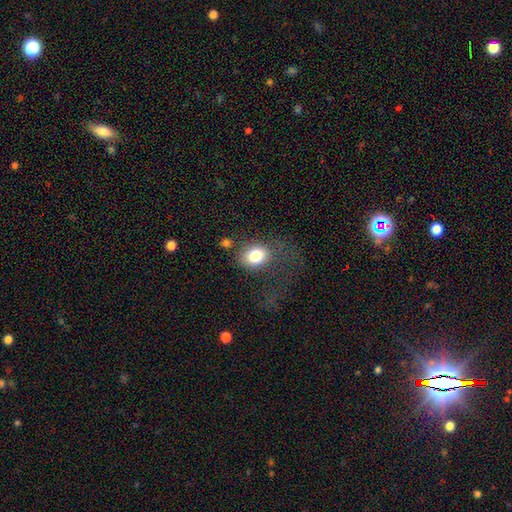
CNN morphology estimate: Overall: smooth (80%). How rounded: in between (54%; round 45%). Merging: none (53%; major disturbance 21%).